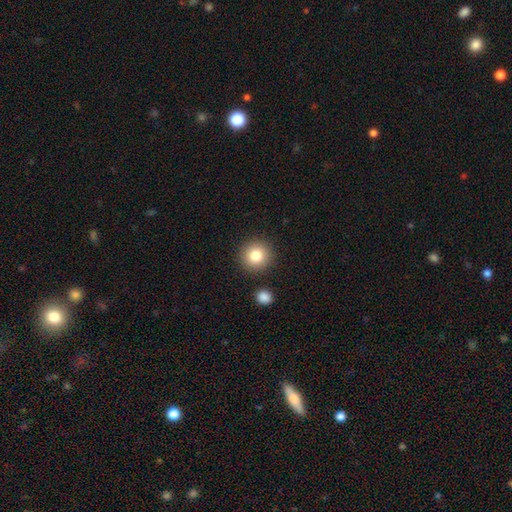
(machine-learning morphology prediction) This appears to be a smooth galaxy with no disk features (83%) that is round (94%). Merging: none (88%).